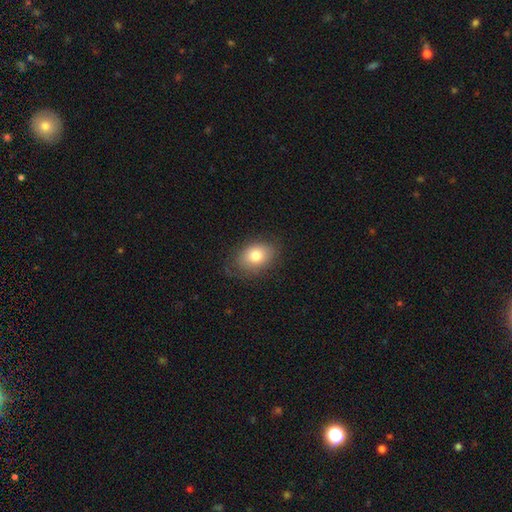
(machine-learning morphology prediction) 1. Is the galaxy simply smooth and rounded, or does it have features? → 78% smooth, 13% featured or disk, 9% star or artifact.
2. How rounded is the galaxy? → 71% in between, 27% round, 1% cigar-shaped.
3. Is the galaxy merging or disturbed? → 75% none, 18% minor disturbance, 6% major disturbance, 1% merger.